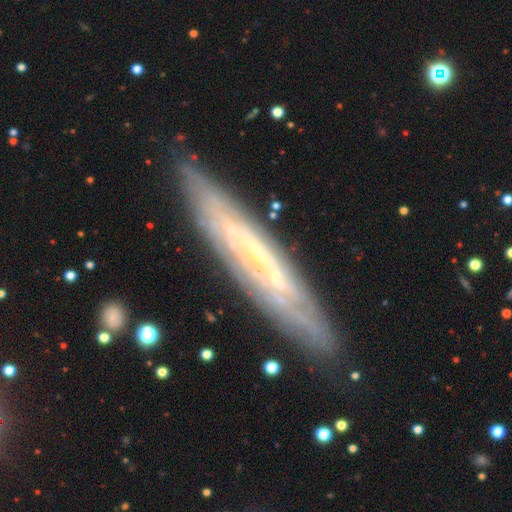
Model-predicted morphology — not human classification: featured or disk 72%, smooth 19%, star or artifact 9%. Down the decision tree: edge-on disk — yes (59%); merging — none (85%).